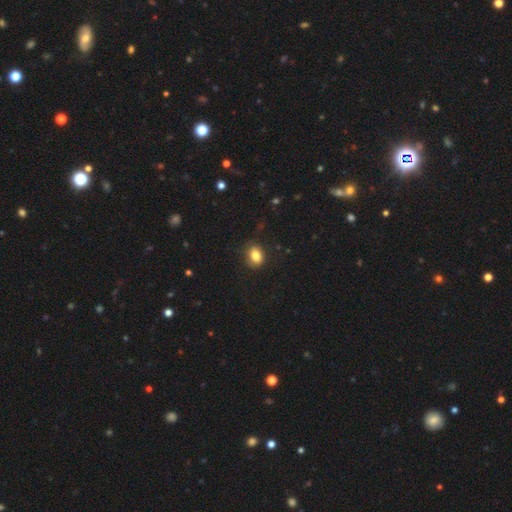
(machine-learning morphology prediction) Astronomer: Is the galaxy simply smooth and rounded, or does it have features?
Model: smooth — 83%.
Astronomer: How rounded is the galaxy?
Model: in between — 67%.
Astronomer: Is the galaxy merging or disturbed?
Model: none — 80%.